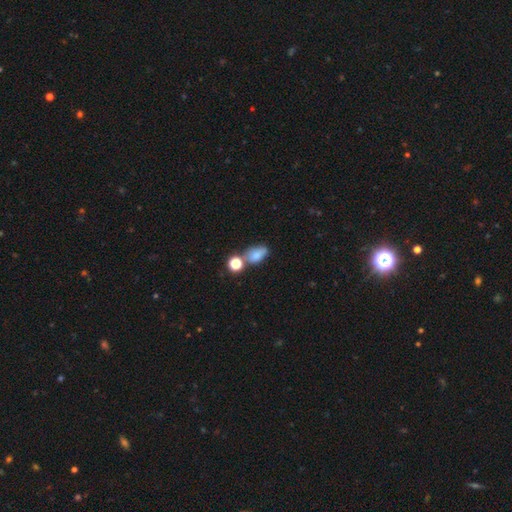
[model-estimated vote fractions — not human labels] A smooth galaxy with no disk features (78%) that is in between round and cigar-shaped (81%).

Vote fractions:
- Smooth or featured? smooth: 78% / star or artifact: 12% / featured or disk: 10%
- How rounded? in between: 81% / round: 16% / cigar-shaped: 3%
- Merging? none: 47% / merger: 27% / minor disturbance: 18% / major disturbance: 8%